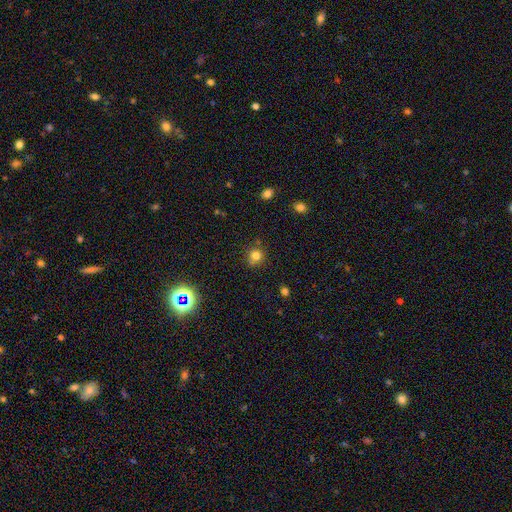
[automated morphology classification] Q: Smooth or featured?
A: smooth (77%); runner-up: star or artifact (16%)
Q: How rounded?
A: round (89%); runner-up: in between (10%)
Q: Merging?
A: none (74%); runner-up: minor disturbance (13%)